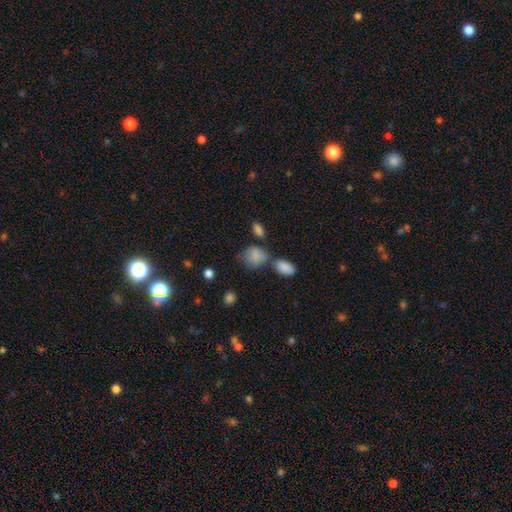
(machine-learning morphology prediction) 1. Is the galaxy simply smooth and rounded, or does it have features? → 82% smooth, 9% star or artifact, 9% featured or disk.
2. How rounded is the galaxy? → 51% round, 48% in between, 2% cigar-shaped.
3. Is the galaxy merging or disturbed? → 45% none, 24% minor disturbance, 22% merger, 9% major disturbance.